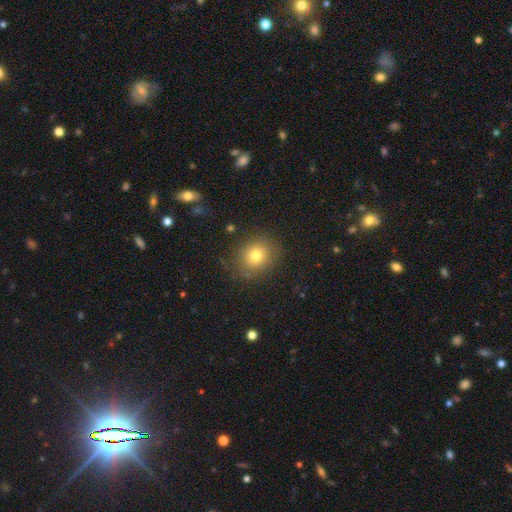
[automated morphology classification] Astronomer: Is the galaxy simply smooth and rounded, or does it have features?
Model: smooth — 76%.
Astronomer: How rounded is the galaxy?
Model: round — 77%.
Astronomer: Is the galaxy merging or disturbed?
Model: none — 84%.